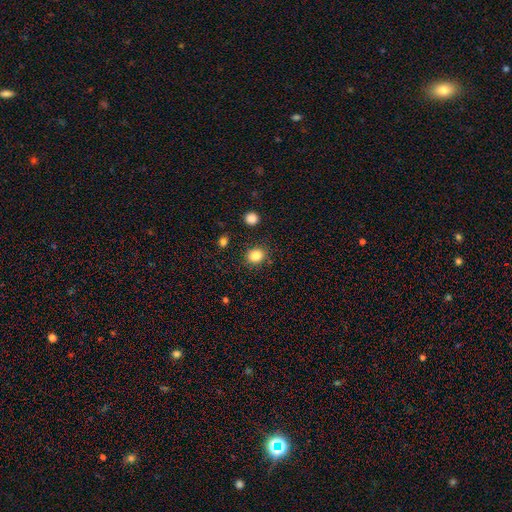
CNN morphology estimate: Smooth or featured?
  - smooth: 84% *
  - star or artifact: 11%
  - featured or disk: 5%
How rounded?
  - round: 73% *
  - in between: 26%
  - cigar-shaped: 1%
Merging?
  - none: 86% *
  - minor disturbance: 9%
  - major disturbance: 3%
  - merger: 2%